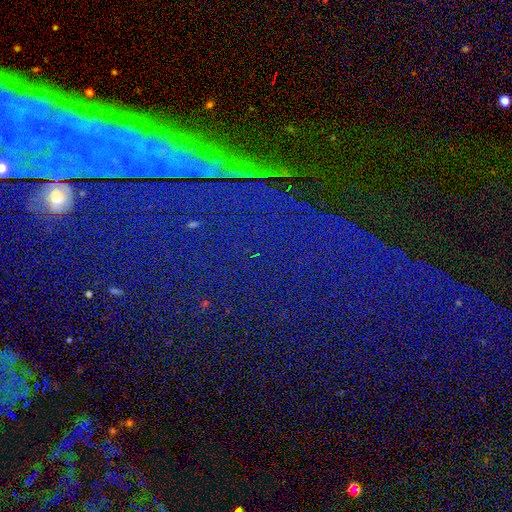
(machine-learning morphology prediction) Smooth or featured? Predicted: star or artifact (p=0.81).